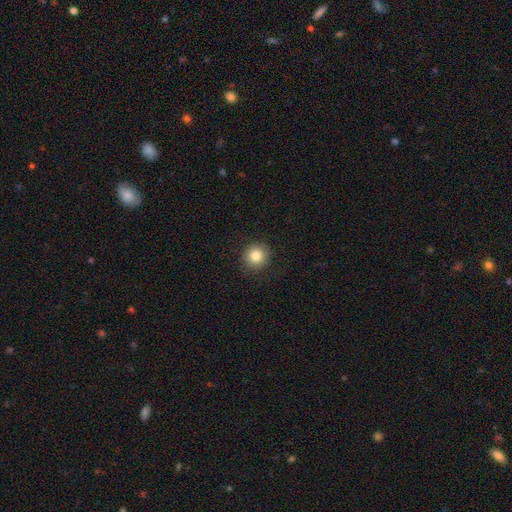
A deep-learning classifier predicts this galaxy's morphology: A smooth galaxy with no disk features (83%) that is round (91%). Merging: none (91%).